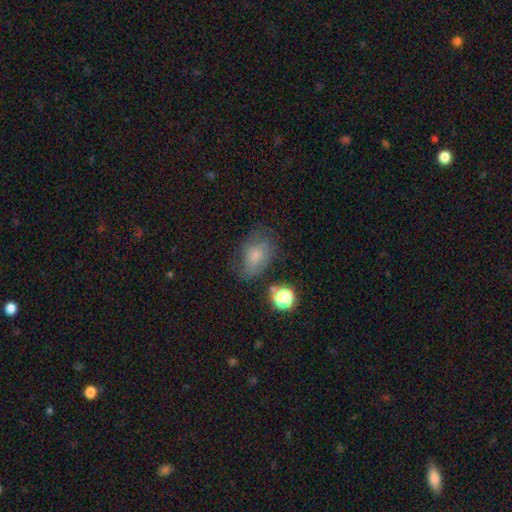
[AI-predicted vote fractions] Smooth or featured: smooth — 68% (featured or disk — 19%)
How rounded: in between — 78% (round — 21%)
Merging: none — 52% (minor disturbance — 28%)